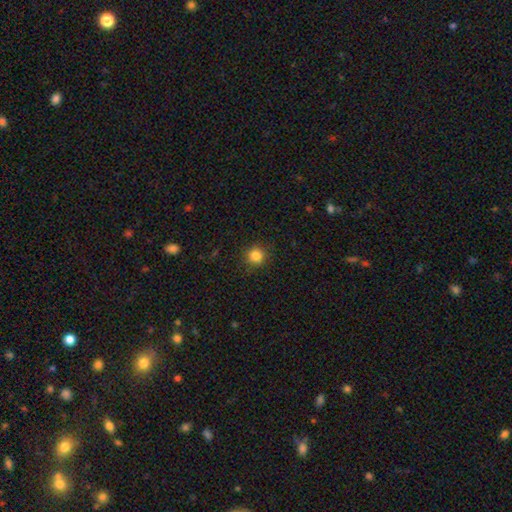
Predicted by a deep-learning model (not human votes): The model was most divided on "smooth or featured": smooth: 84%, star or artifact: 12%, featured or disk: 4%. More confident: how rounded — round (92%); merging — none (90%).